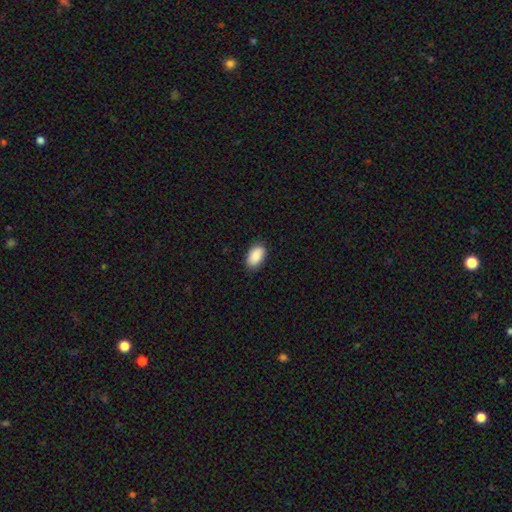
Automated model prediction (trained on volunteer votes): Smooth or featured: smooth — 90% (star or artifact — 6%)
How rounded: in between — 94% (round — 4%)
Merging: none — 87% (minor disturbance — 10%)